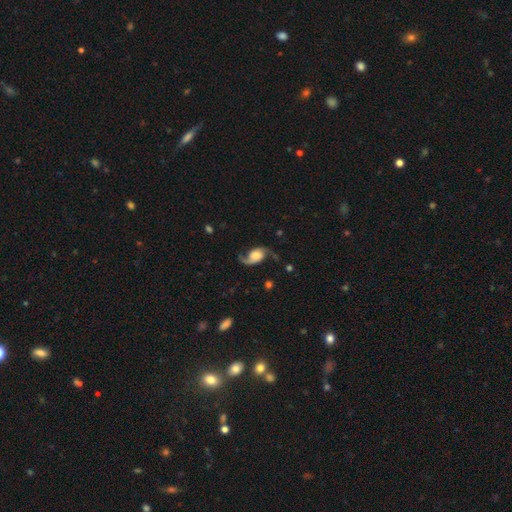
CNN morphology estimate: type=featured or disk (85%); edge-on=no (97%); bar=no (64%); spiral arms=yes (97%); winding=loose (70%); arm count=2 (91%); bulge=large (32%); merging=none (71%).